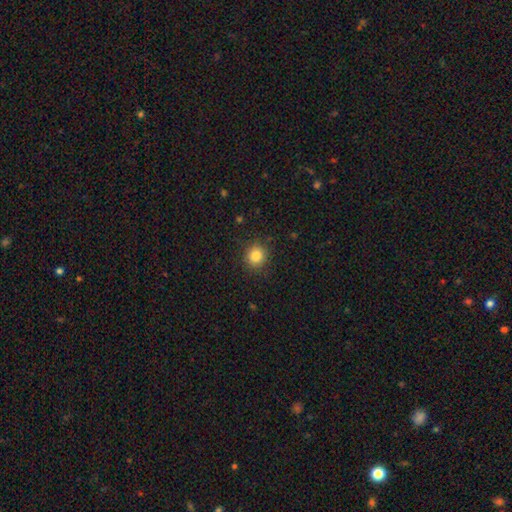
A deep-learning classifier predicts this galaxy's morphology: smooth 84%, star or artifact 11%, featured or disk 5%. Down the decision tree: how rounded — round (89%); merging — none (89%).